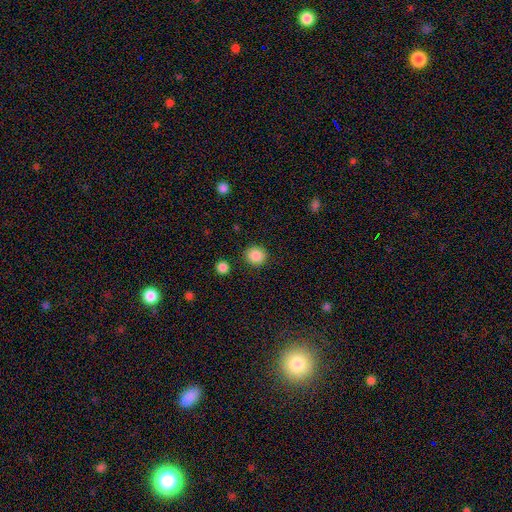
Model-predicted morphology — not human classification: Smooth or featured? smooth (88%)
How rounded? round (88%)
Merging? none (89%)